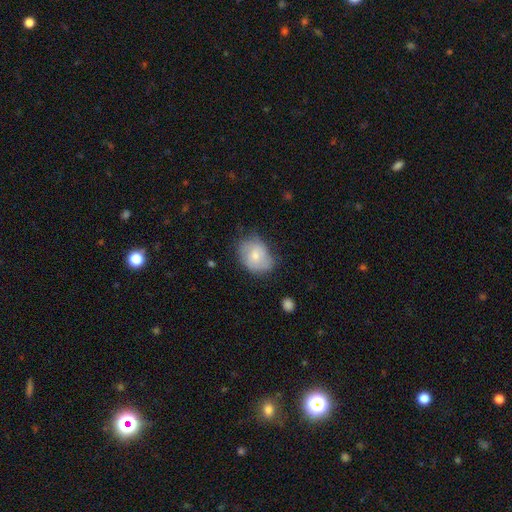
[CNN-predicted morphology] Smooth or featured? Predicted: smooth (p=0.68). How rounded? Predicted: in between (p=0.58). Merging? Predicted: none (p=0.55).